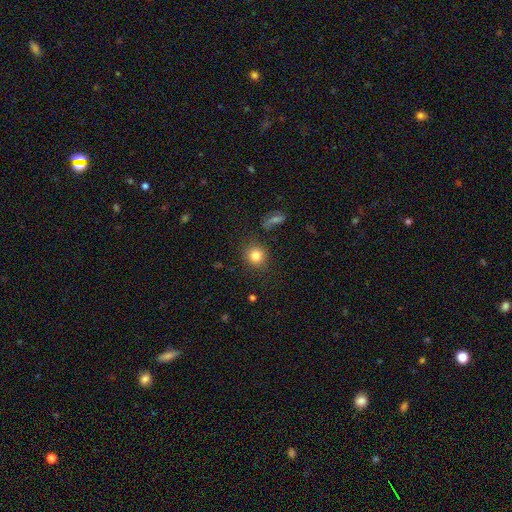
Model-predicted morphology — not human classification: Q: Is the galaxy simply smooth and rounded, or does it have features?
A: smooth — 83%.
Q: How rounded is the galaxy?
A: round — 88%.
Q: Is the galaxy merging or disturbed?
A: none — 85%.